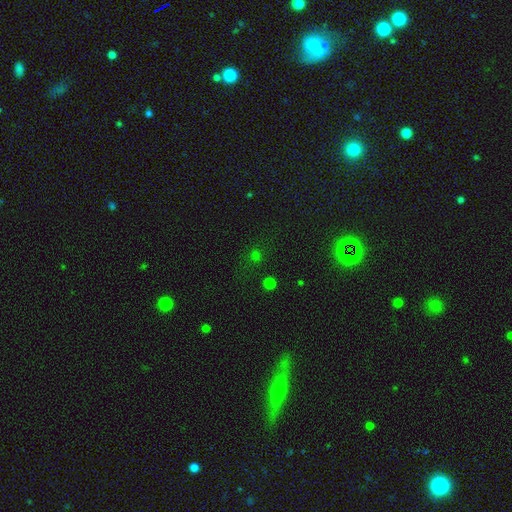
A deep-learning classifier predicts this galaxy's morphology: smooth_or_featured: smooth (p=0.49) [alt: star or artifact p=0.45]
merging: none (p=0.80) [alt: minor disturbance p=0.11]